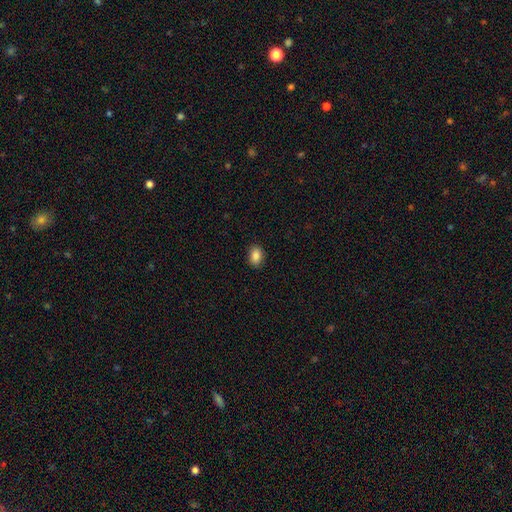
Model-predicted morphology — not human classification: A smooth galaxy with no disk features (87%) that is in between round and cigar-shaped (77%). Merging: none (89%).